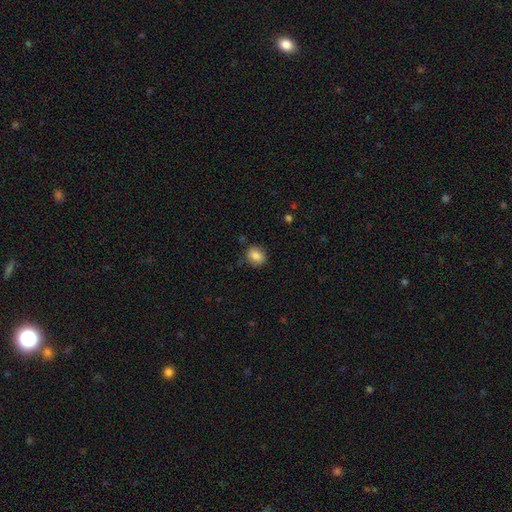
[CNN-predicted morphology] Smooth or featured? smooth (84%)
How rounded? round (59%)
Merging? none (82%)